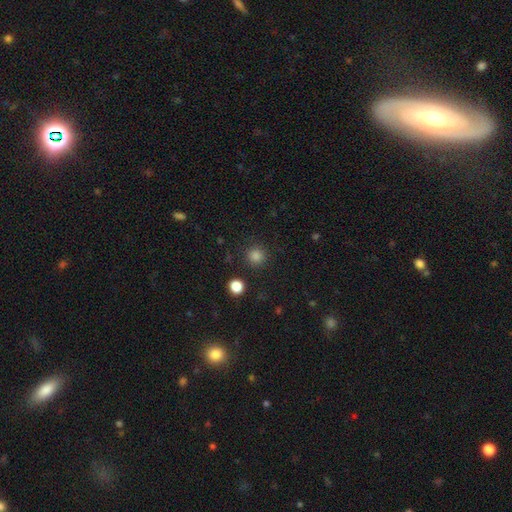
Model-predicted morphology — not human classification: smooth_or_featured: smooth (p=0.82) [alt: star or artifact p=0.15]
how_rounded: round (p=0.94) [alt: in between p=0.05]
merging: none (p=0.90) [alt: minor disturbance p=0.06]